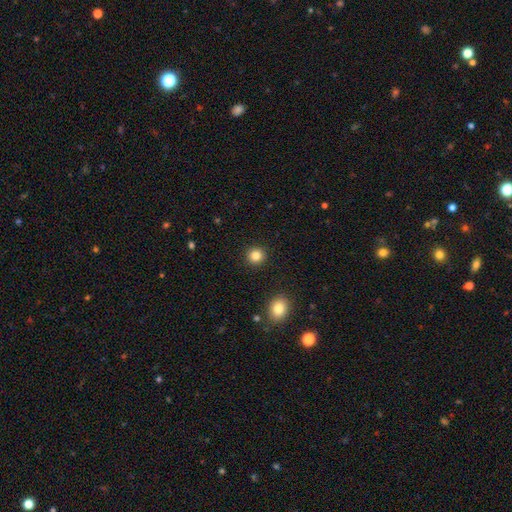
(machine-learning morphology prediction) Smooth or featured?
  - smooth: 84% *
  - star or artifact: 11%
  - featured or disk: 5%
How rounded?
  - round: 91% *
  - in between: 8%
  - cigar-shaped: 1%
Merging?
  - none: 92% *
  - minor disturbance: 5%
  - major disturbance: 2%
  - merger: 1%